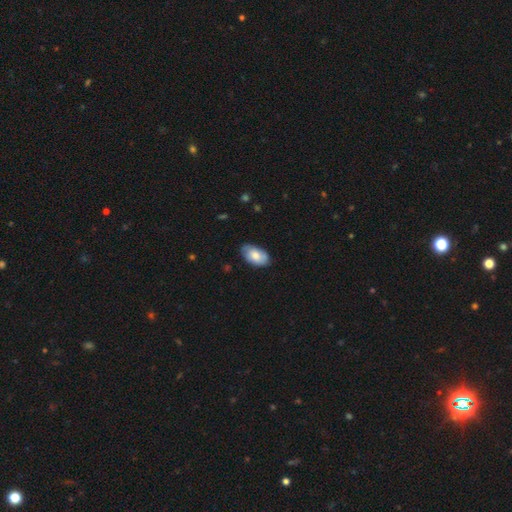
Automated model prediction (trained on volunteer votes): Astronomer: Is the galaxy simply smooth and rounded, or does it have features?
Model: smooth — 73%.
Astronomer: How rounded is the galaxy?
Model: in between — 94%.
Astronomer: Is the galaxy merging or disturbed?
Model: none — 74%.